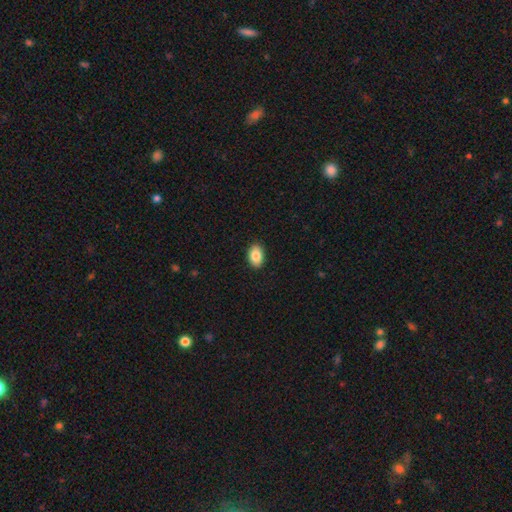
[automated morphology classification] type=smooth (86%); roundness=in between (88%); merging=none (90%).